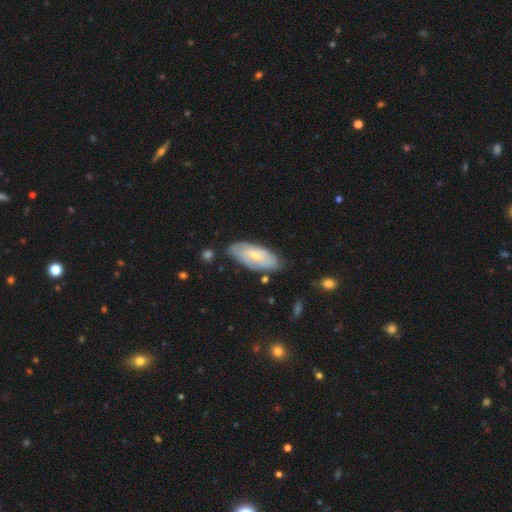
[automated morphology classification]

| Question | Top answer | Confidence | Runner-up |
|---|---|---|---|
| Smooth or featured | featured or disk | 52% | smooth (42%) |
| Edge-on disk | no | 87% | yes (13%) |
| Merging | none | 73% | minor disturbance (20%) |